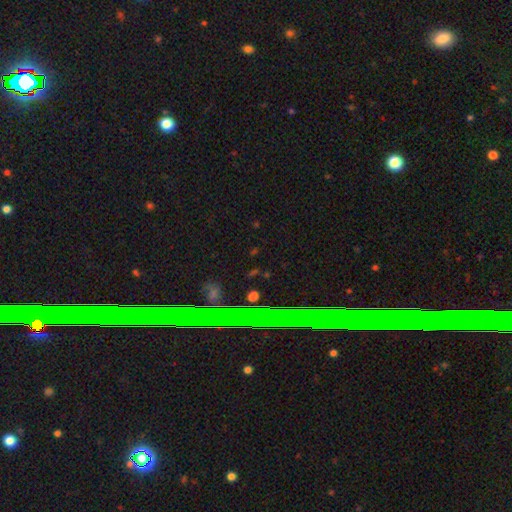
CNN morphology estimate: type=star or artifact (70%).